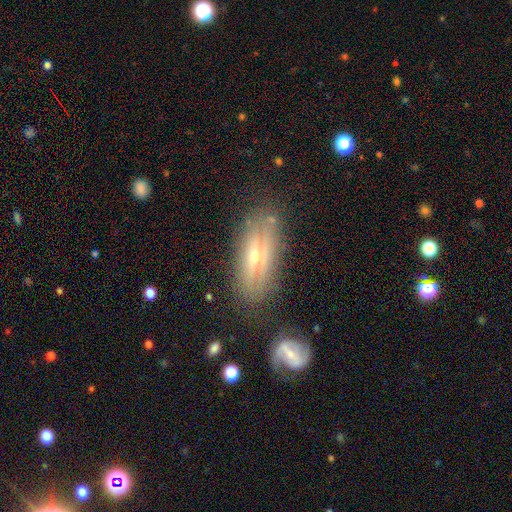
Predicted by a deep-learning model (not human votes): Morphology: type=featured or disk (69%); edge-on=yes (67%); merging=none (75%).